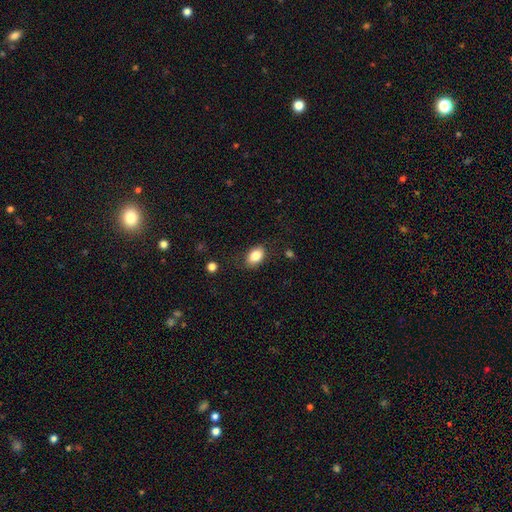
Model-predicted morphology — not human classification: The model was most divided on "merging": none: 80%, minor disturbance: 14%, major disturbance: 4%, merger: 1%. More confident: how rounded — in between (88%); smooth or featured — smooth (85%).